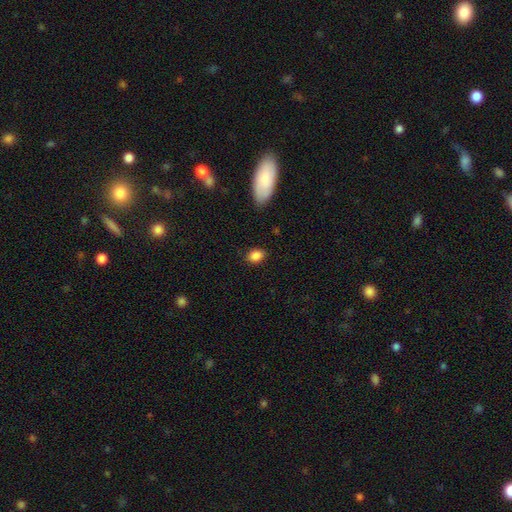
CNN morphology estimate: smooth-or-featured: smooth: 87% | star or artifact: 9% | featured or disk: 4%
  how-rounded: in between: 71% | round: 28% | cigar-shaped: 1%
  merging: none: 83% | minor disturbance: 13% | major disturbance: 3% | merger: 1%